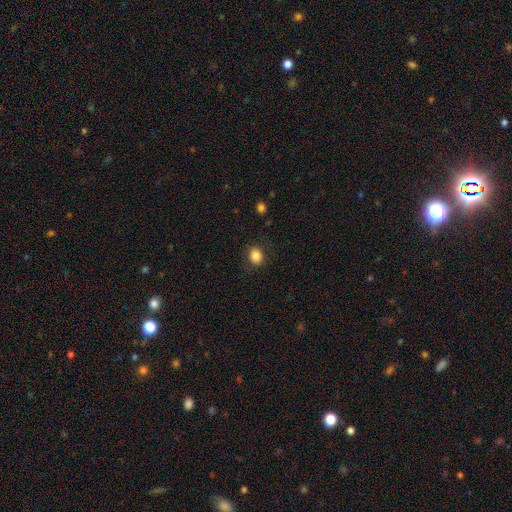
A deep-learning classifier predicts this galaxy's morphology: Smooth or featured?
  - smooth: 85% *
  - star or artifact: 10%
  - featured or disk: 5%
How rounded?
  - round: 58% *
  - in between: 41%
  - cigar-shaped: 1%
Merging?
  - none: 85% *
  - minor disturbance: 10%
  - major disturbance: 3%
  - merger: 1%